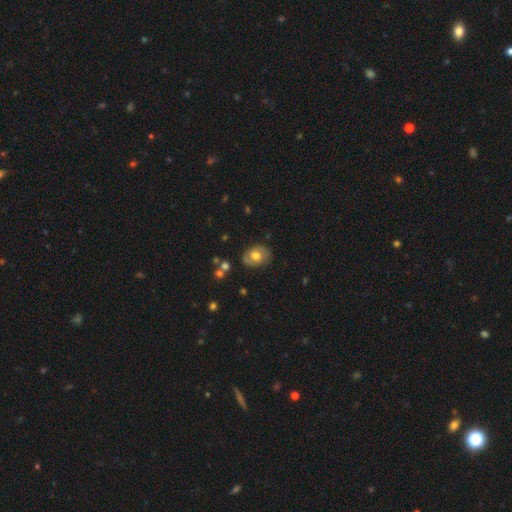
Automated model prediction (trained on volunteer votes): smooth 60%, featured or disk 31%, star or artifact 8%. Down the decision tree: how rounded — in between (56%); merging — none (77%).